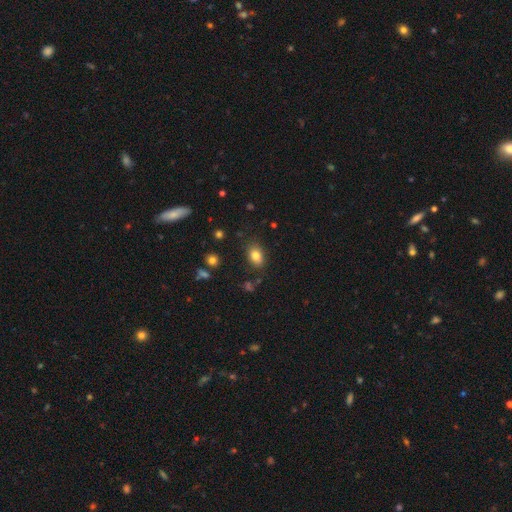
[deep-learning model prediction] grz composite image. It shows a smooth galaxy with no disk features (81%) that is in between round and cigar-shaped (80%). Merging: none (82%).